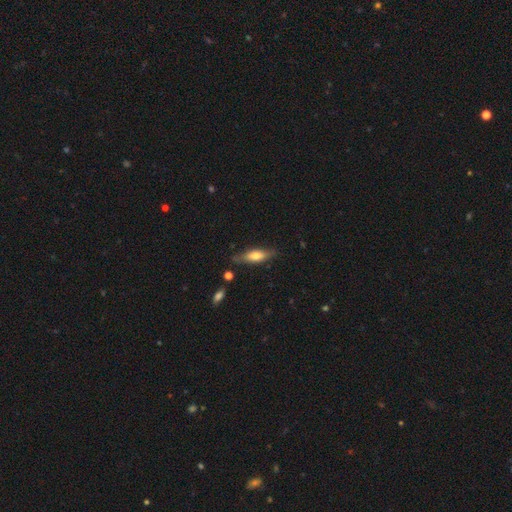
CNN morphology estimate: Smooth or featured? smooth (55%)
How rounded? cigar-shaped (52%)
Merging? none (75%)